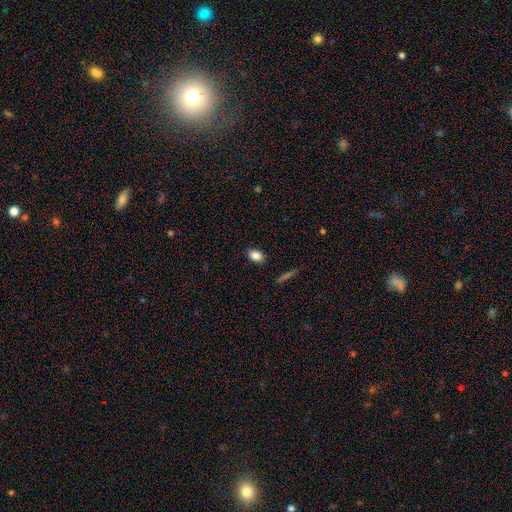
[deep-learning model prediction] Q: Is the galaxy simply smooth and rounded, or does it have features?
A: smooth — 85%.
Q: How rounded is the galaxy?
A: in between — 82%.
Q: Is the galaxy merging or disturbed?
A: none — 87%.